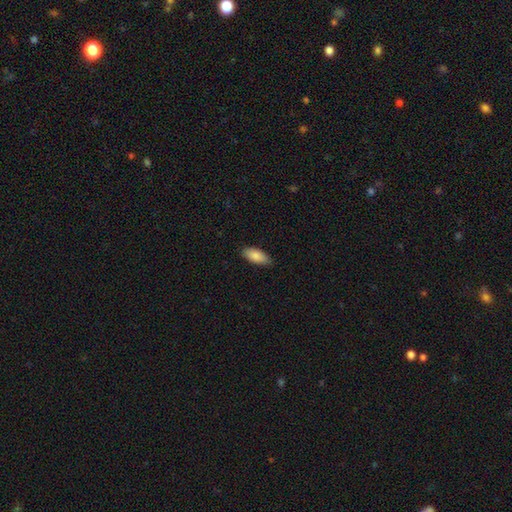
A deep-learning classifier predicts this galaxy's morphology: Smooth or featured: smooth — 87% (featured or disk — 7%)
How rounded: in between — 87% (cigar-shaped — 11%)
Merging: none — 84% (minor disturbance — 13%)